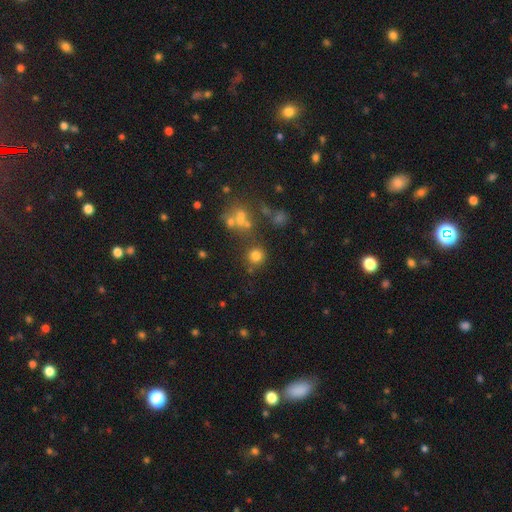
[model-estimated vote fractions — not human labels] smooth-or-featured: smooth: 75% | star or artifact: 17% | featured or disk: 8%
  how-rounded: round: 92% | in between: 7% | cigar-shaped: 1%
  merging: none: 77% | merger: 10% | minor disturbance: 9% | major disturbance: 4%